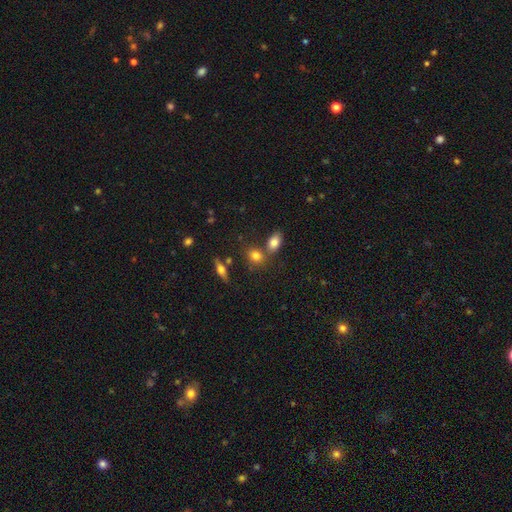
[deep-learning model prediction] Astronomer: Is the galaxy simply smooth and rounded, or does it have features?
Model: smooth — 79%.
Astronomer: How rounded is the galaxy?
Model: in between — 66%.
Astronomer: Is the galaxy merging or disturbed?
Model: none — 59%.